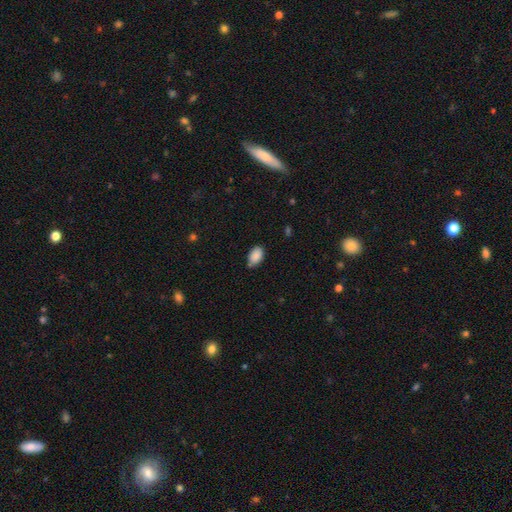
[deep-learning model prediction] Overall: smooth (88%). How rounded: in between (90%). Merging: none (68%).